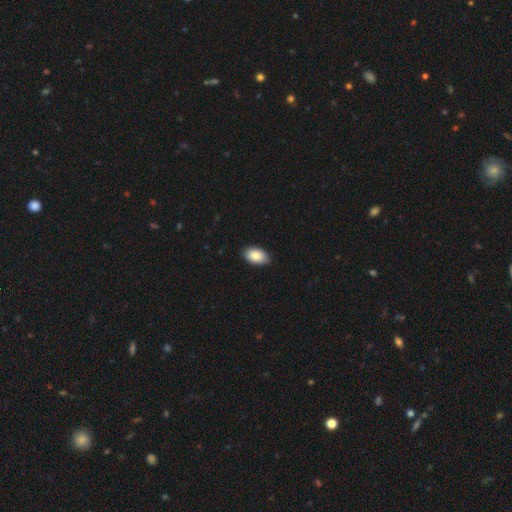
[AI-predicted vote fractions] This is clearly a smooth galaxy (86%). How rounded: clearly in between (93%). Merging: clearly none (85%).